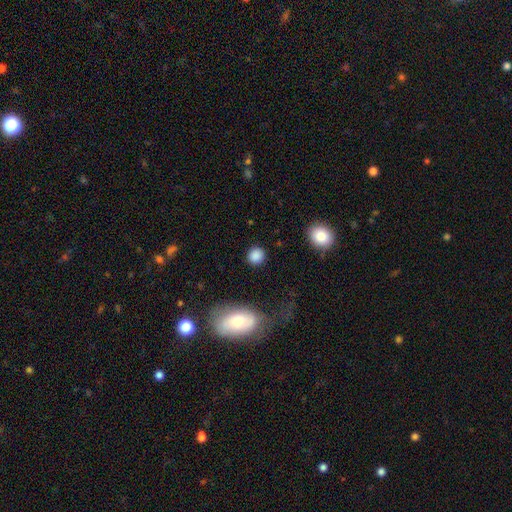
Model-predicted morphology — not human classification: Q: Smooth or featured?
A: smooth (87%); runner-up: star or artifact (9%)
Q: How rounded?
A: round (84%); runner-up: in between (14%)
Q: Merging?
A: none (87%); runner-up: minor disturbance (8%)